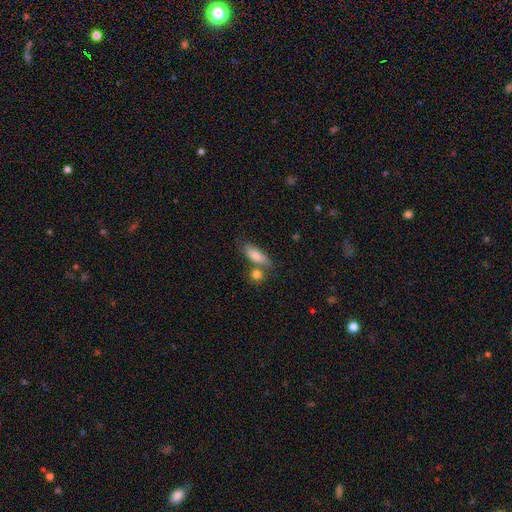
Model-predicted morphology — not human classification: Q: Smooth or featured?
A: smooth (77%); runner-up: featured or disk (16%)
Q: How rounded?
A: in between (64%); runner-up: cigar-shaped (31%)
Q: Merging?
A: none (57%); runner-up: merger (21%)